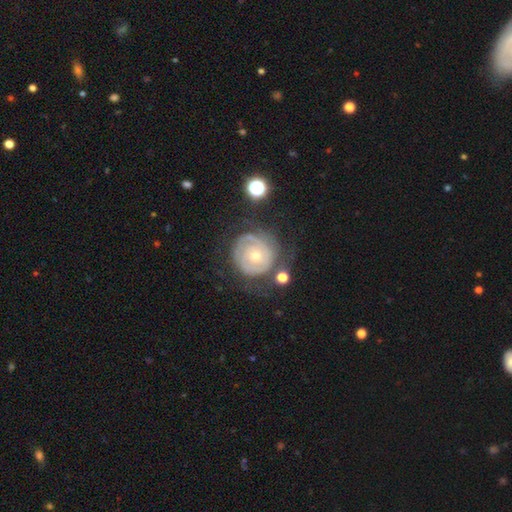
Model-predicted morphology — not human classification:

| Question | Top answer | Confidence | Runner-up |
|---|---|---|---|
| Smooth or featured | featured or disk | 81% | smooth (13%) |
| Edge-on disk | no | 98% | yes (2%) |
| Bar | no | 81% | weak (16%) |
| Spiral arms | yes | 90% | no (10%) |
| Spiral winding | tight | 80% | medium (15%) |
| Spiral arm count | can't tell | 37% | 2 (32%) |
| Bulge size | moderate | 51% | small (45%) |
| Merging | none | 61% | minor disturbance (21%) |